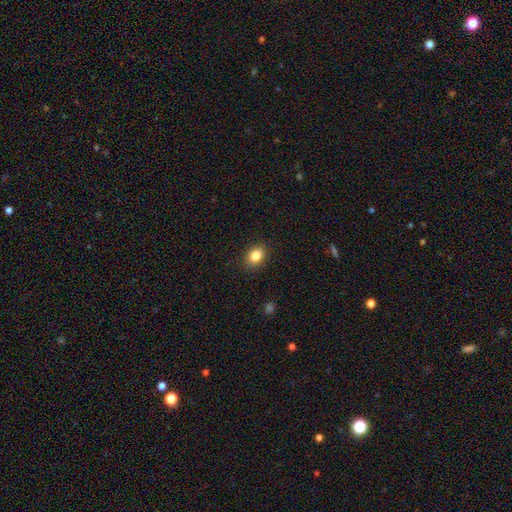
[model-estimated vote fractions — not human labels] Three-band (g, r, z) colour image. It shows a smooth galaxy with no disk features (85%) that is in between round and cigar-shaped (59%). Merging: none (89%).